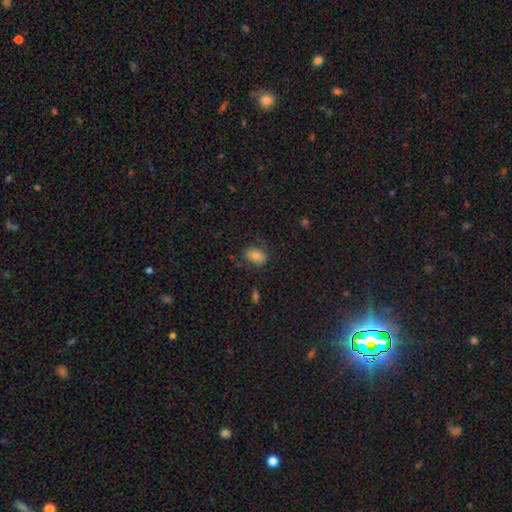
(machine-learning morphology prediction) A smooth galaxy with no disk features (75%) that is in between round and cigar-shaped (82%).

Vote fractions:
- Smooth or featured? smooth: 75% / featured or disk: 13% / star or artifact: 12%
- How rounded? in between: 82% / round: 16% / cigar-shaped: 1%
- Merging? none: 76% / minor disturbance: 17% / major disturbance: 6% / merger: 2%